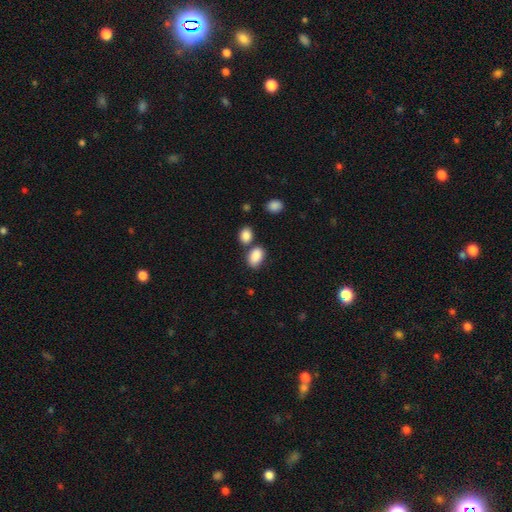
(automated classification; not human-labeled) Overall: smooth (87%). How rounded: in between (84%). Merging: none (60%; merger 21%).